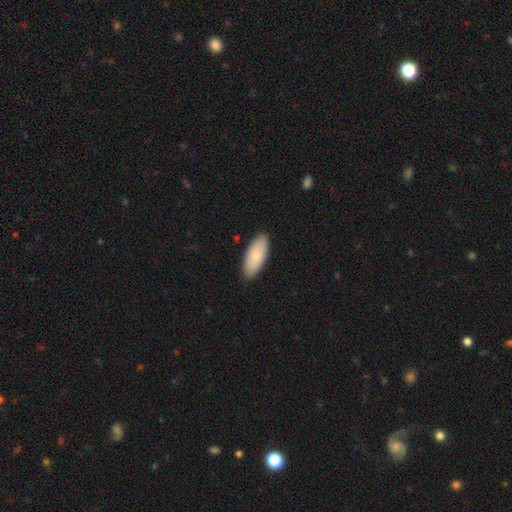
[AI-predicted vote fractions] A smooth galaxy with no disk features (83%) that is in between round and cigar-shaped (86%). Merging: none (88%).